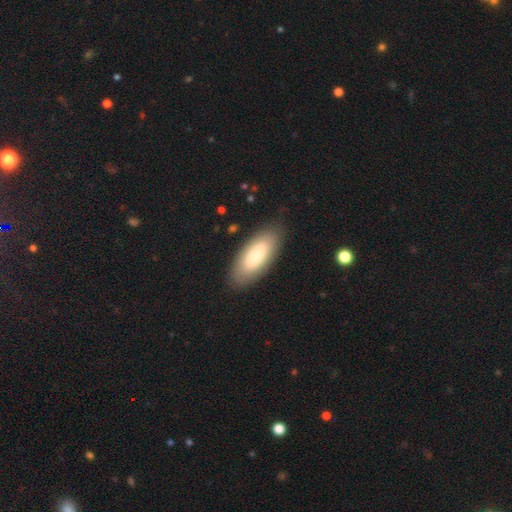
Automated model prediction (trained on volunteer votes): smooth_or_featured: smooth (p=0.82) [alt: featured or disk p=0.12]
how_rounded: in between (p=0.85) [alt: cigar-shaped p=0.13]
merging: none (p=0.83) [alt: minor disturbance p=0.12]